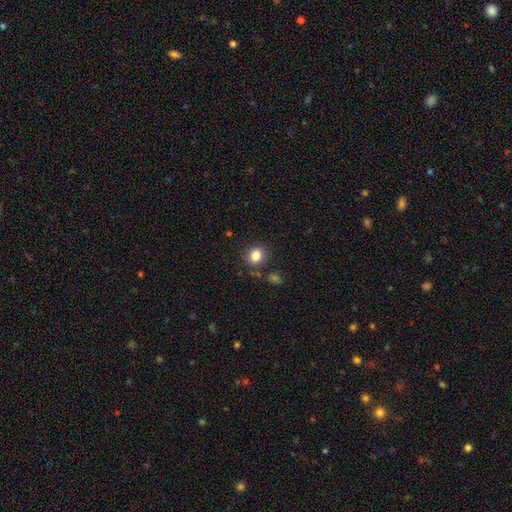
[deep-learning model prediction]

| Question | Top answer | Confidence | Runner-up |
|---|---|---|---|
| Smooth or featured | smooth | 82% | star or artifact (11%) |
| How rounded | round | 78% | in between (21%) |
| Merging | none | 83% | minor disturbance (10%) |